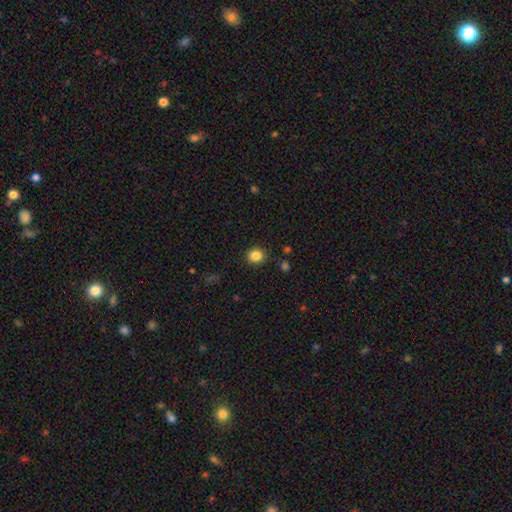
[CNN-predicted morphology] Smooth or featured?
  - smooth: 85% *
  - star or artifact: 11%
  - featured or disk: 4%
How rounded?
  - round: 81% *
  - in between: 18%
  - cigar-shaped: 1%
Merging?
  - none: 89% *
  - minor disturbance: 7%
  - major disturbance: 2%
  - merger: 2%